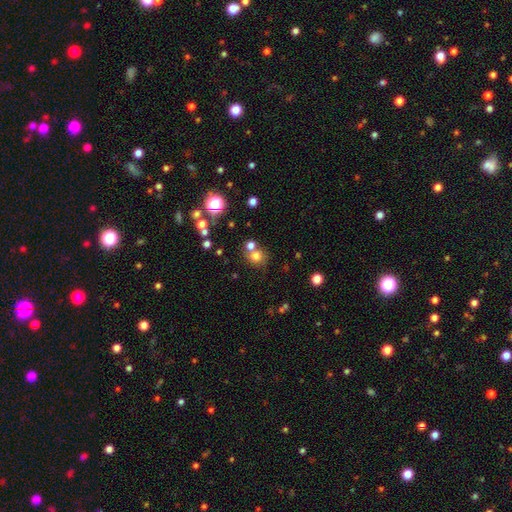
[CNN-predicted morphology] Smooth or featured? smooth (72%)
How rounded? round (84%)
Merging? none (60%)